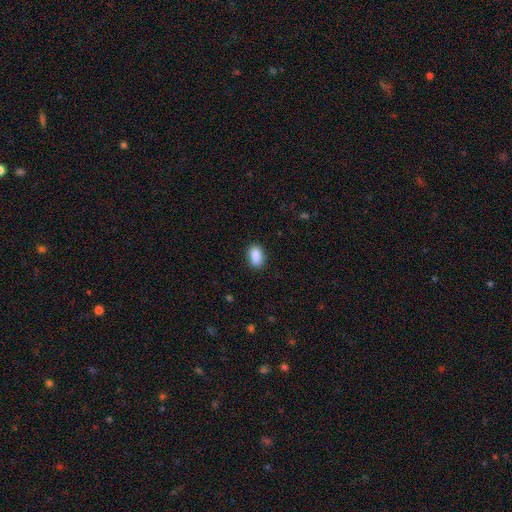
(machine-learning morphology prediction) type=smooth (89%); roundness=in between (88%); merging=none (84%).